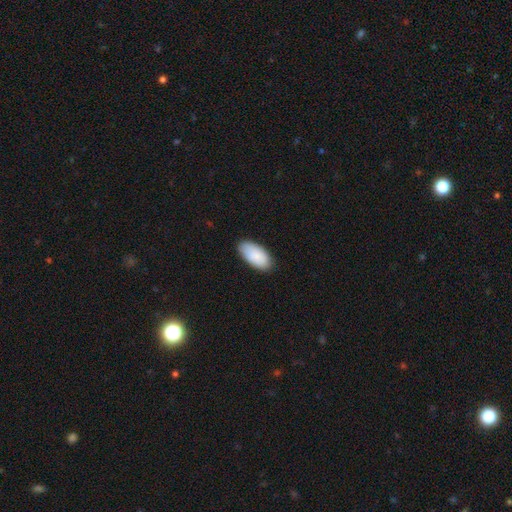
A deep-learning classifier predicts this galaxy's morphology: smooth_or_featured: smooth (p=0.87) [alt: featured or disk p=0.07]
how_rounded: in between (p=0.95) [alt: cigar-shaped p=0.03]
merging: none (p=0.84) [alt: minor disturbance p=0.13]